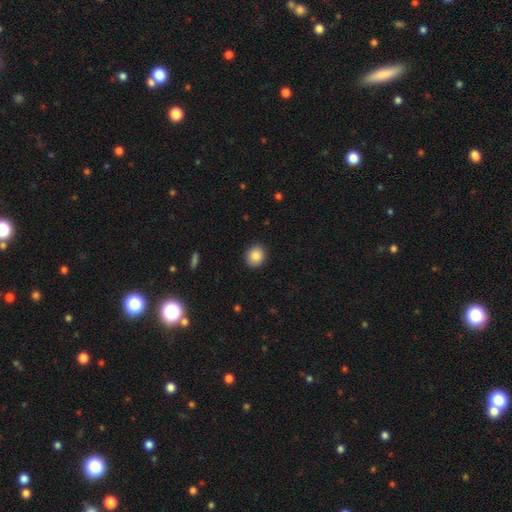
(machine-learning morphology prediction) This is clearly a smooth galaxy (87%). How rounded: likely round (72%). Merging: clearly none (90%).